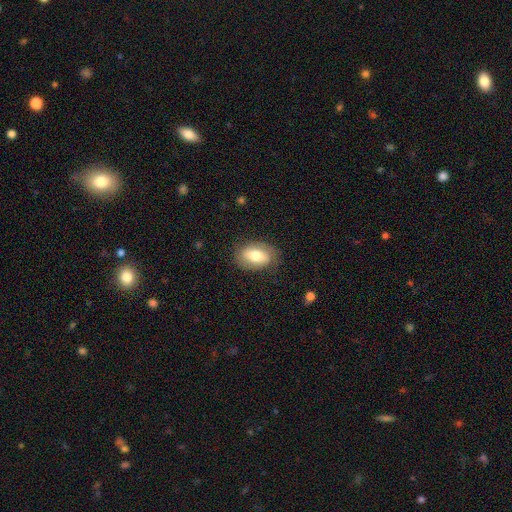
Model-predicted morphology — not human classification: The model was most divided on "smooth or featured": smooth: 69%, featured or disk: 24%, star or artifact: 7%. More confident: how rounded — in between (87%); merging — none (79%).